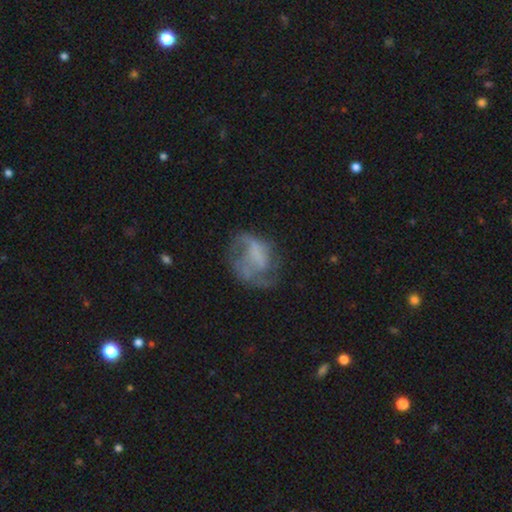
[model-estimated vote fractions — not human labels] The model was most divided on "merging": none: 44%, major disturbance: 31%, minor disturbance: 22%, merger: 3%. More confident: edge-on disk — no (97%); bulge size — none (68%); spiral arms — yes (63%); smooth or featured — featured or disk (62%); bar — no (60%).